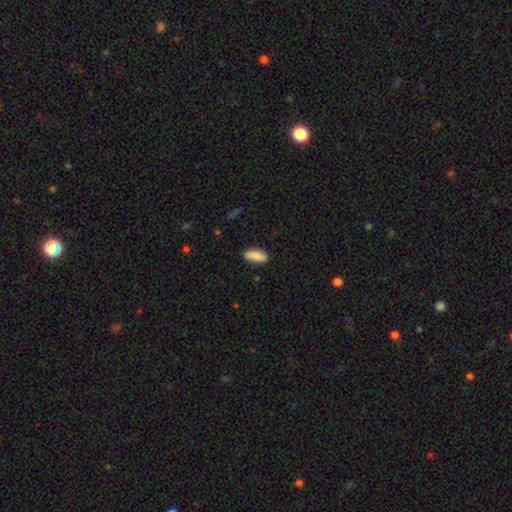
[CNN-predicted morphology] type=smooth (87%); roundness=in between (82%); merging=none (80%).